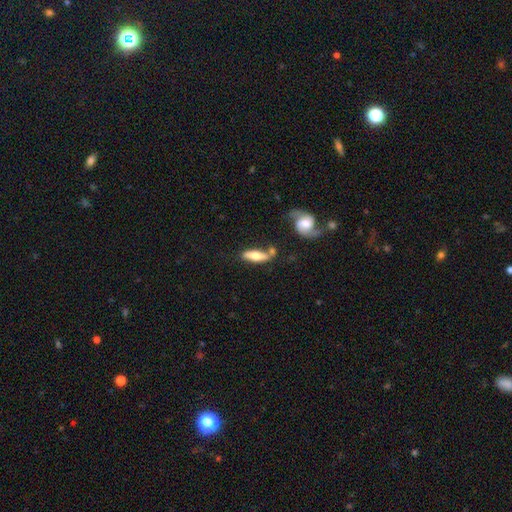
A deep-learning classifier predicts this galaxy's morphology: This is possibly a smooth galaxy (48%). Merging: possibly none (59%).